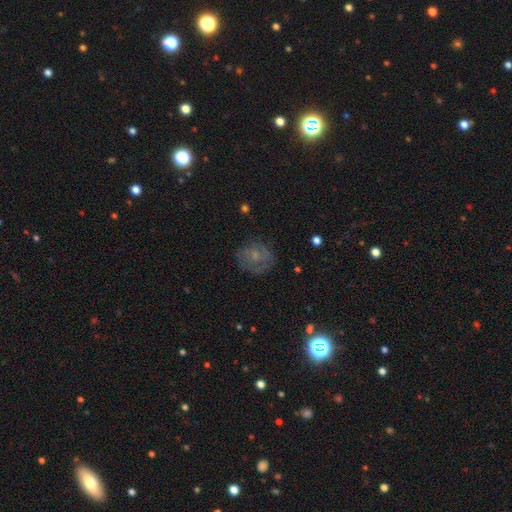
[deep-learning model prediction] A featured or disk galaxy (46%).

Vote fractions:
- Smooth or featured? featured or disk: 46% / smooth: 39% / star or artifact: 15%
- Merging? none: 70% / minor disturbance: 18% / major disturbance: 10% / merger: 2%